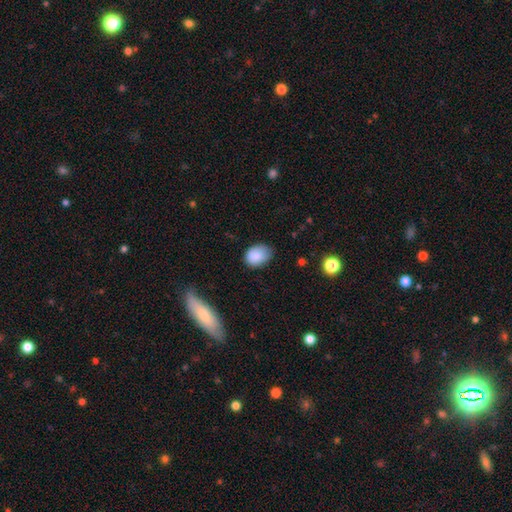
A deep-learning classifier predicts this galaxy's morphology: A smooth galaxy with no disk features (87%) that is in between round and cigar-shaped (72%).

Vote fractions:
- Smooth or featured? smooth: 87% / star or artifact: 8% / featured or disk: 5%
- How rounded? in between: 72% / round: 27% / cigar-shaped: 1%
- Merging? none: 64% / minor disturbance: 29% / major disturbance: 5% / merger: 2%